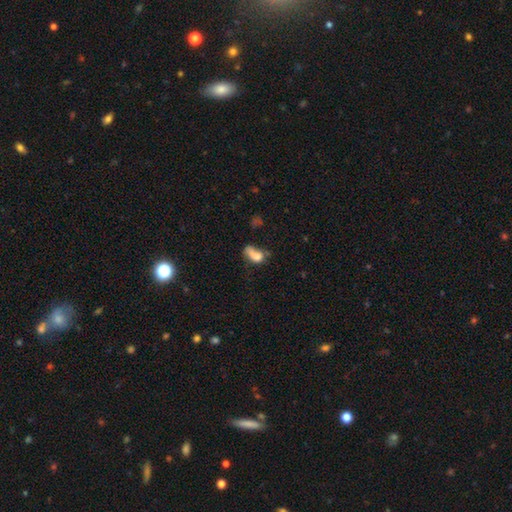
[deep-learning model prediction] This appears to be a smooth galaxy with no disk features (66%) that is in between round and cigar-shaped (78%). Merging: major disturbance (29%, tied with merger).